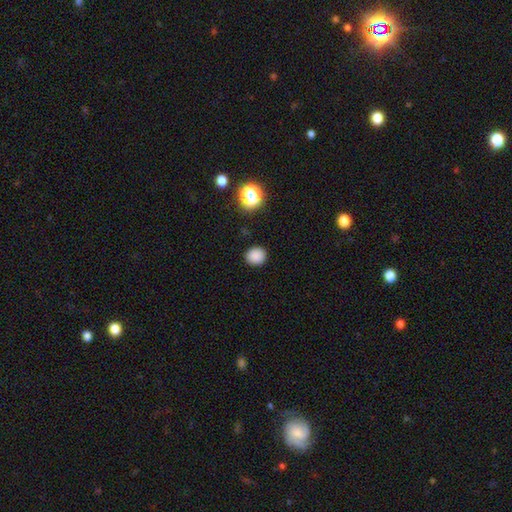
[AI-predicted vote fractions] Smooth or featured? Predicted: smooth (p=0.85). How rounded? Predicted: round (p=0.83). Merging? Predicted: none (p=0.90).